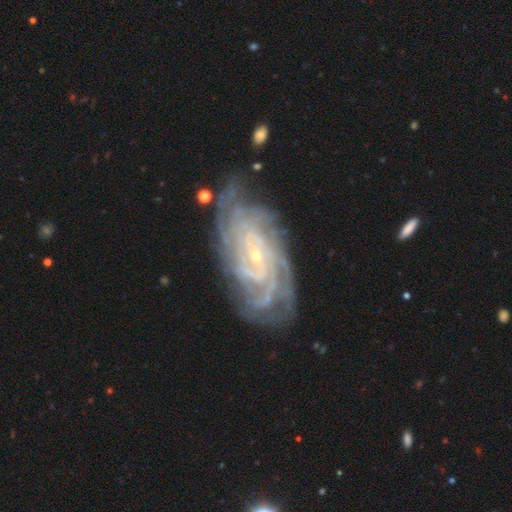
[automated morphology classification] Smooth or featured?
  - featured or disk: 91% *
  - star or artifact: 5%
  - smooth: 4%
Edge-on disk?
  - no: 96% *
  - yes: 4%
Bar?
  - no: 59% *
  - weak: 29%
  - strong: 13%
Spiral arms?
  - yes: 98% *
  - no: 2%
Spiral winding?
  - tight: 79% *
  - medium: 18%
  - loose: 3%
Spiral arm count?
  - 4: 28% *
  - more than 4: 23%
  - can't tell: 21%
  - 3: 12%
  - 2: 9%
  - 1: 7%
Bulge size?
  - small: 80% *
  - moderate: 16%
  - none: 1%
  - large: 1%
  - dominant: 1%
Merging?
  - none: 75% *
  - minor disturbance: 17%
  - major disturbance: 6%
  - merger: 2%